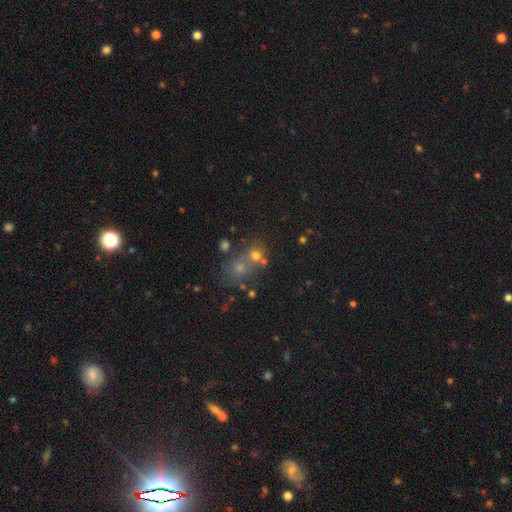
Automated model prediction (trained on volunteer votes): This is possibly a smooth galaxy (47%). Merging: possibly none (46%).